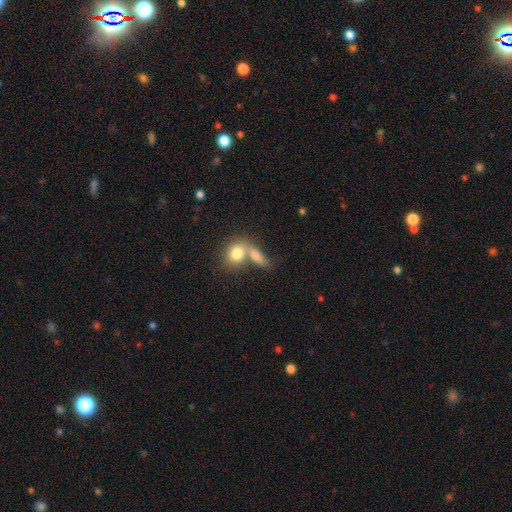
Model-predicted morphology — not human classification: Smooth or featured?
  - smooth: 77% *
  - featured or disk: 15%
  - star or artifact: 8%
How rounded?
  - in between: 63% *
  - round: 24%
  - cigar-shaped: 13%
Merging?
  - merger: 59% *
  - none: 27%
  - minor disturbance: 8%
  - major disturbance: 6%